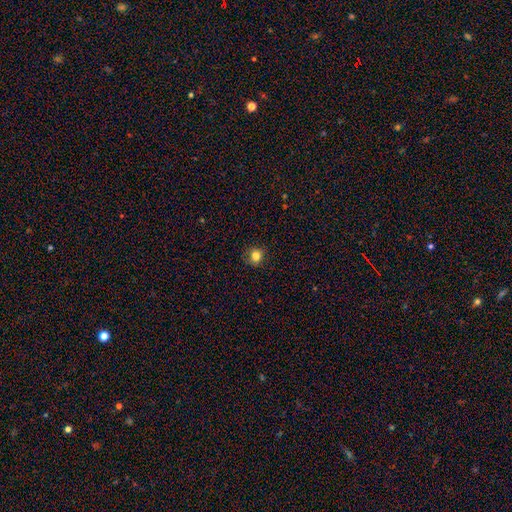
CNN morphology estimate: A smooth galaxy with no disk features (82%) that is round (81%).

Vote fractions:
- Smooth or featured? smooth: 82% / star or artifact: 12% / featured or disk: 6%
- How rounded? round: 81% / in between: 18% / cigar-shaped: 1%
- Merging? none: 81% / minor disturbance: 14% / major disturbance: 4% / merger: 1%